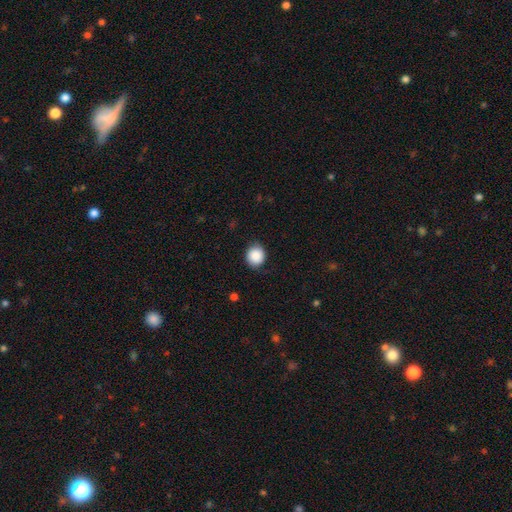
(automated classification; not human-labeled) Smooth or featured: smooth — 87% (star or artifact — 8%)
How rounded: round — 79% (in between — 20%)
Merging: none — 80% (minor disturbance — 15%)